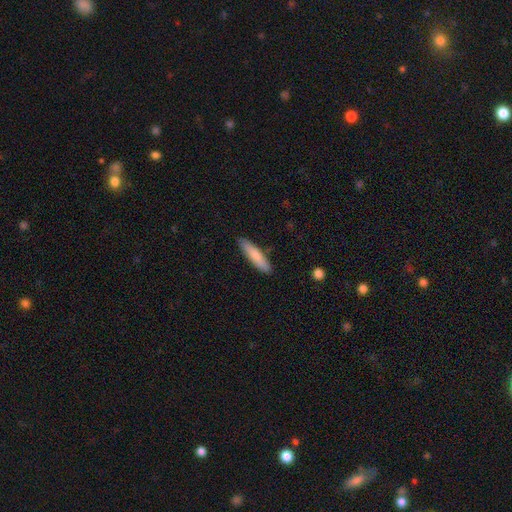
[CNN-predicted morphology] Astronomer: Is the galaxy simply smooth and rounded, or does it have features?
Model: smooth — 79%.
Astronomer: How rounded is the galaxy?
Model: cigar-shaped — 80%.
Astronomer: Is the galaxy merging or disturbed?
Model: none — 87%.